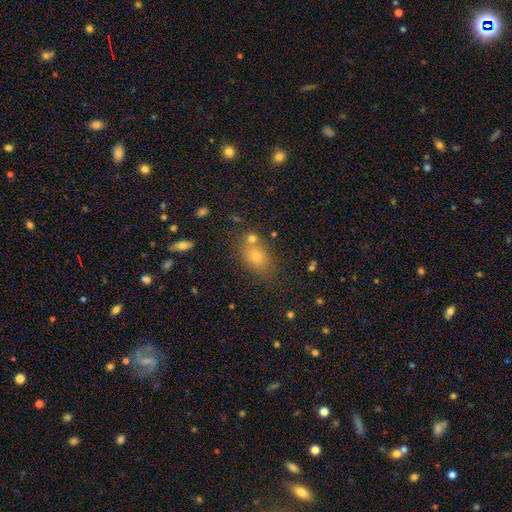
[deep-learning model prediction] Smooth or featured?
  - smooth: 72% *
  - star or artifact: 16%
  - featured or disk: 12%
How rounded?
  - in between: 76% *
  - round: 22%
  - cigar-shaped: 2%
Merging?
  - none: 68% *
  - merger: 14%
  - minor disturbance: 13%
  - major disturbance: 5%